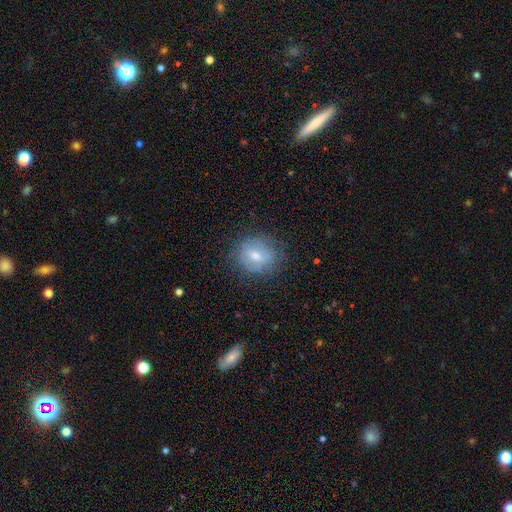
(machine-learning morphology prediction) Smooth or featured: smooth — 54% (featured or disk — 37%)
How rounded: round — 67% (in between — 32%)
Merging: none — 74% (minor disturbance — 18%)